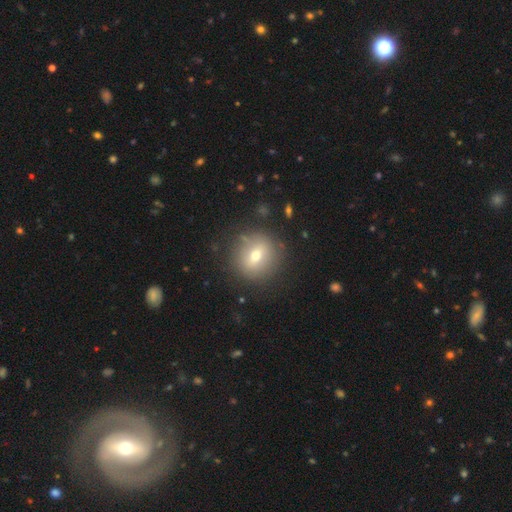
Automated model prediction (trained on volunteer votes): Smooth or featured: smooth — 62% (featured or disk — 26%)
How rounded: round — 88% (in between — 11%)
Merging: none — 85% (minor disturbance — 10%)